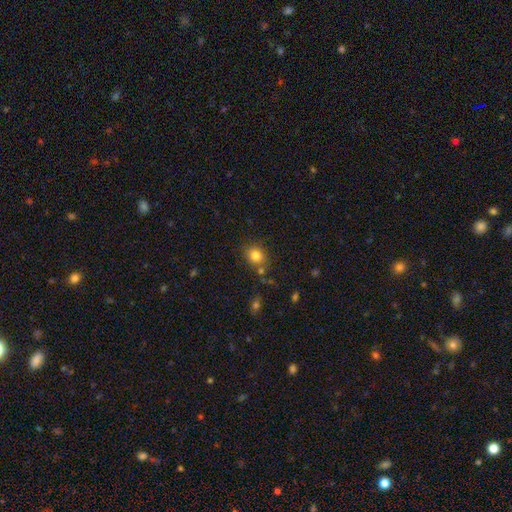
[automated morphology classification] type=smooth (82%); roundness=round (70%); merging=none (76%).